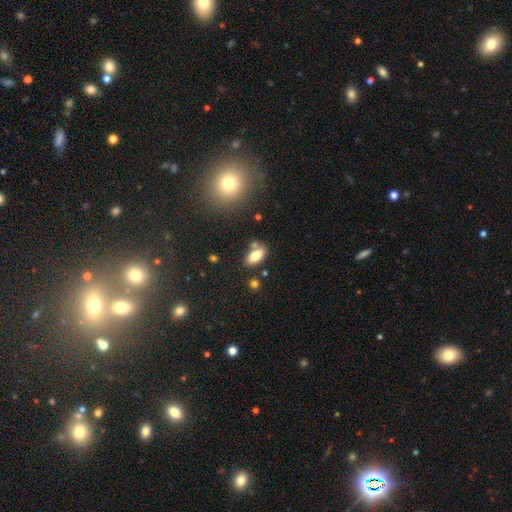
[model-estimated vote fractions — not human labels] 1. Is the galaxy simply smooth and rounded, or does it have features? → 80% smooth, 12% featured or disk, 9% star or artifact.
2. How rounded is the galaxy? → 89% in between, 7% cigar-shaped, 4% round.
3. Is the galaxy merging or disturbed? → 69% none, 14% merger, 13% minor disturbance, 4% major disturbance.